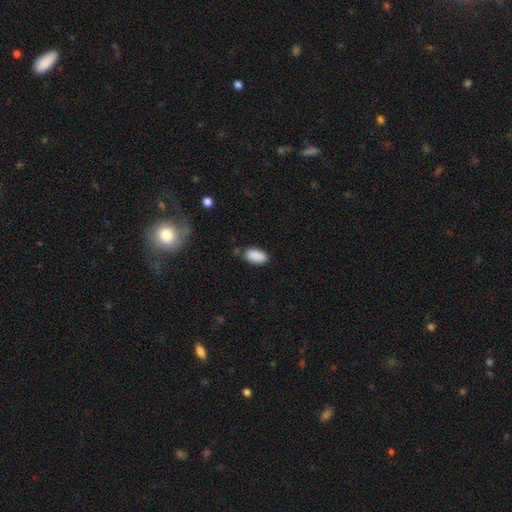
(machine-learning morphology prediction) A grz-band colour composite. It shows a smooth galaxy with no disk features (90%) that is in between round and cigar-shaped (94%). Merging: none (79%).